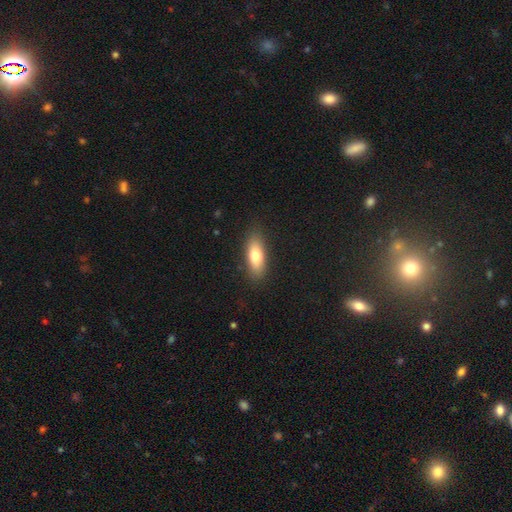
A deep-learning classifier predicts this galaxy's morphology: smooth-or-featured: smooth: 76% | featured or disk: 17% | star or artifact: 7%
  how-rounded: in between: 68% | cigar-shaped: 29% | round: 3%
  merging: none: 86% | minor disturbance: 11% | major disturbance: 3% | merger: 1%